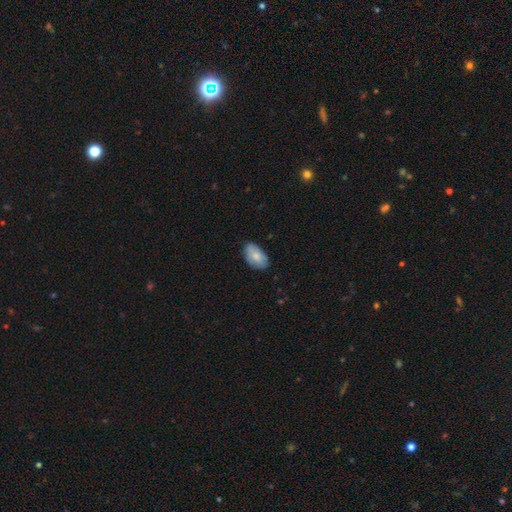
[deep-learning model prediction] Q: Smooth or featured?
A: smooth (75%); runner-up: featured or disk (19%)
Q: How rounded?
A: in between (93%); runner-up: round (6%)
Q: Merging?
A: none (70%); runner-up: minor disturbance (25%)